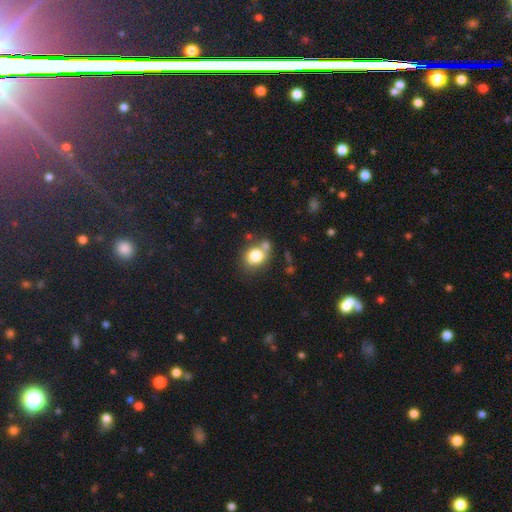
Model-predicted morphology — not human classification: Overall: smooth (80%). How rounded: round (64%; in between 35%). Merging: none (57%; merger 24%).